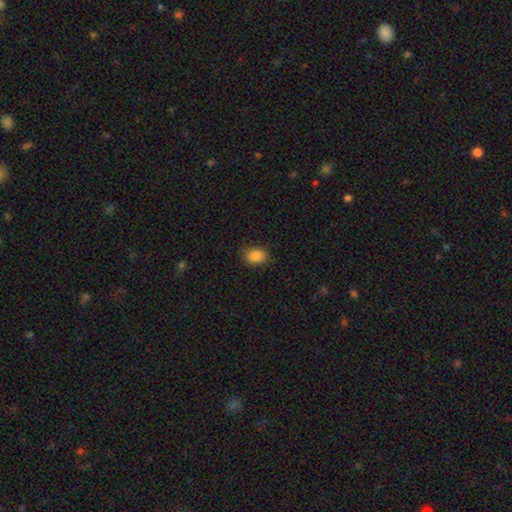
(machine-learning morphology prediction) Q: Smooth or featured?
A: smooth (86%); runner-up: star or artifact (10%)
Q: How rounded?
A: in between (64%); runner-up: round (35%)
Q: Merging?
A: none (84%); runner-up: minor disturbance (12%)